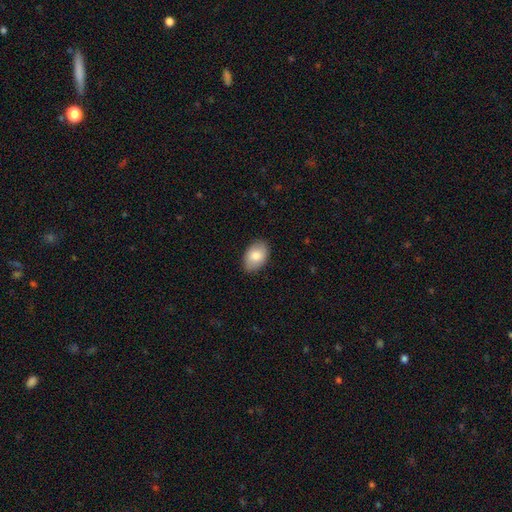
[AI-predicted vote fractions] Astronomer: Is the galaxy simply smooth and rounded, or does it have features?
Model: smooth — 82%.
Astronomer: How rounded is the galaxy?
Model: in between — 89%.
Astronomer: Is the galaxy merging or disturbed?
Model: none — 85%.